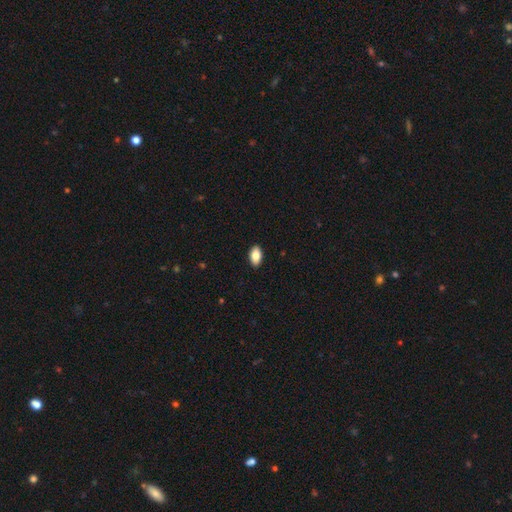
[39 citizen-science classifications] Overall: smooth (85%). How rounded: in between (91%). Merging: none (89%).